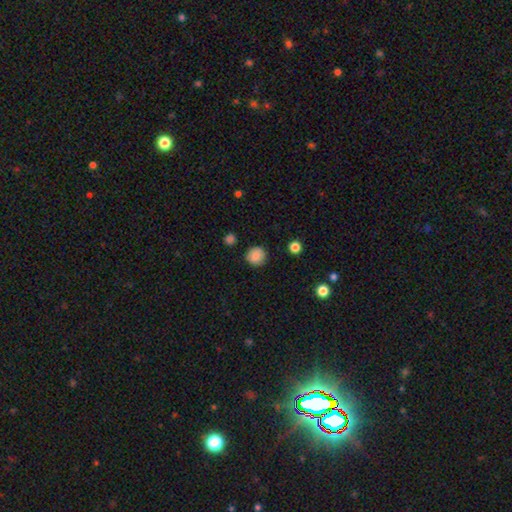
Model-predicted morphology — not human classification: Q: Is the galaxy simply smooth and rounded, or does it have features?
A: smooth — 86%.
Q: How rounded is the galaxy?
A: round — 90%.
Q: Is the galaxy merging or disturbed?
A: none — 88%.